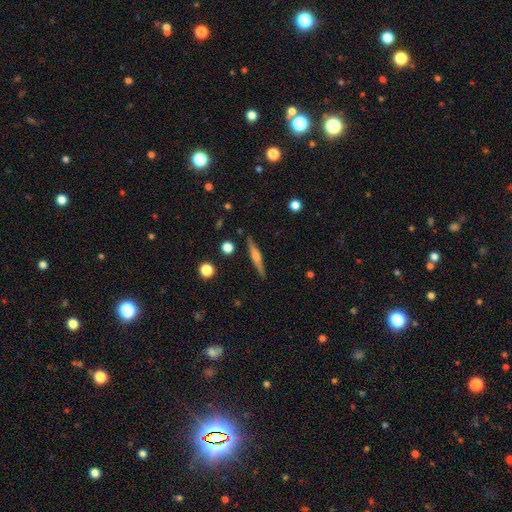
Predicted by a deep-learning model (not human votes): Smooth or featured?
  - featured or disk: 60% *
  - smooth: 33%
  - star or artifact: 7%
Edge-on disk?
  - yes: 97% *
  - no: 3%
Edge-on bulge?
  - rounded: 75% *
  - boxy: 14%
  - none: 11%
Merging?
  - none: 89% *
  - minor disturbance: 7%
  - major disturbance: 2%
  - merger: 2%